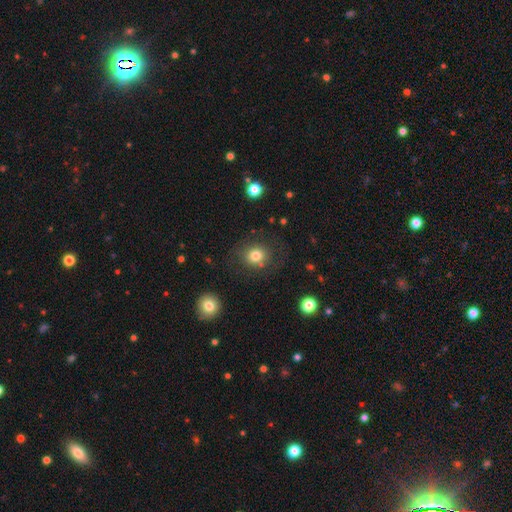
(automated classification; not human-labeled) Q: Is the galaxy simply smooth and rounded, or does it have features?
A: smooth — 78%.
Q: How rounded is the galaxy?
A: round — 75%.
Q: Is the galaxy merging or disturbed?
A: none — 75%.